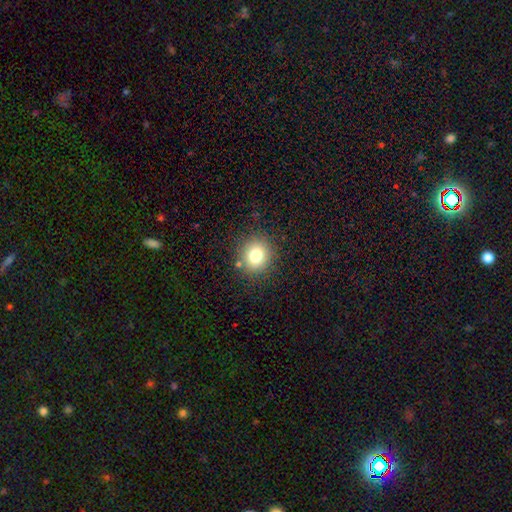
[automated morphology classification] smooth 78%, star or artifact 13%, featured or disk 9%. Down the decision tree: how rounded — round (86%); merging — none (86%).